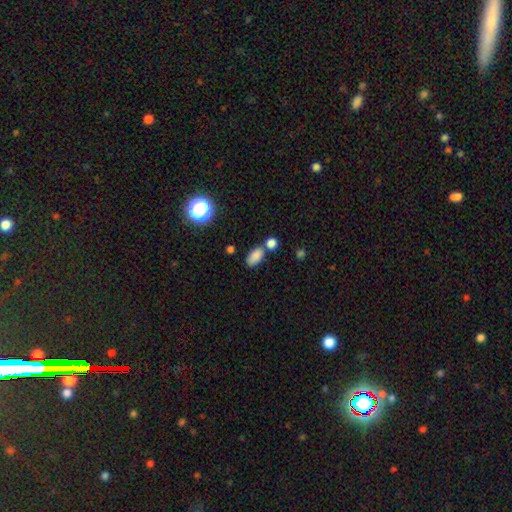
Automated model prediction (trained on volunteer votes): The model was most divided on "merging": none: 60%, merger: 21%, minor disturbance: 15%, major disturbance: 5%. More confident: how rounded — in between (88%); smooth or featured — smooth (82%).